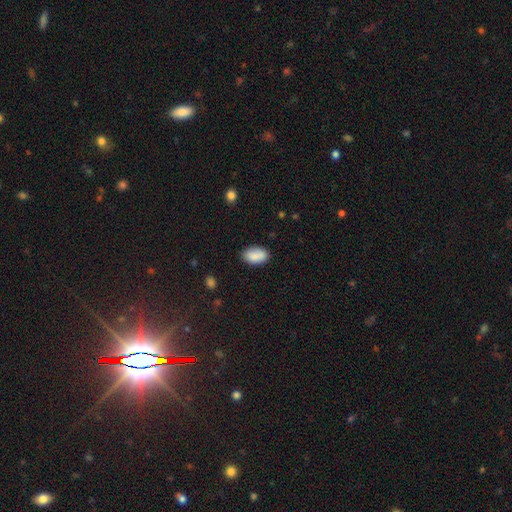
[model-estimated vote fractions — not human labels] The model was most divided on "merging": none: 80%, minor disturbance: 15%, major disturbance: 3%, merger: 2%. More confident: how rounded — in between (92%); smooth or featured — smooth (87%).